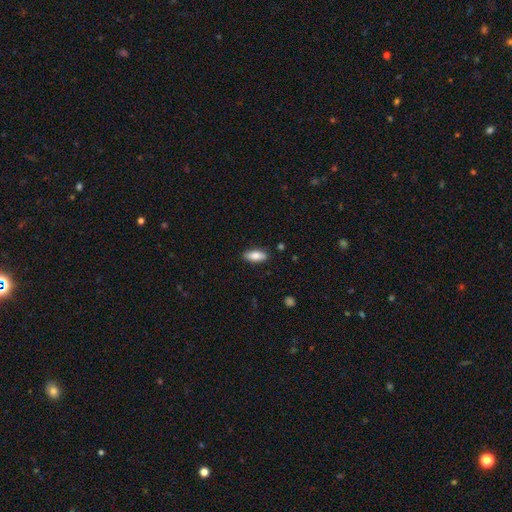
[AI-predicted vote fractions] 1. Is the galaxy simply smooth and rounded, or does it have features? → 83% smooth, 11% featured or disk, 6% star or artifact.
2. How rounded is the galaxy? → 80% in between, 18% cigar-shaped, 2% round.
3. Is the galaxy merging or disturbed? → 87% none, 10% minor disturbance, 2% major disturbance, 1% merger.